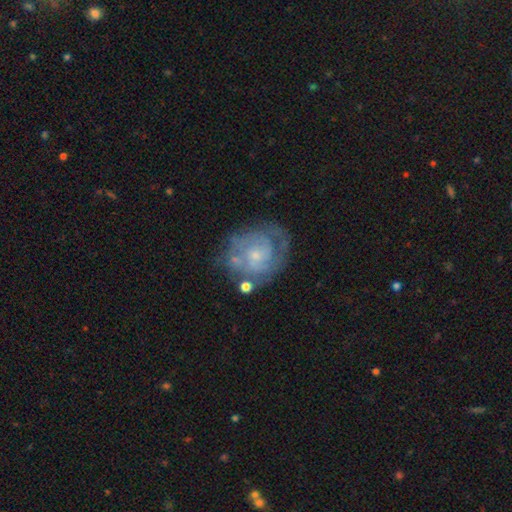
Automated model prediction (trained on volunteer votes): A featured or disk galaxy (77%) with no bar (74%), tight (59%) spiral arms (84%) and a small central bulge (74%).

Vote fractions:
- Smooth or featured? featured or disk: 77% / smooth: 16% / star or artifact: 7%
- Edge-on disk? no: 98% / yes: 2%
- Bar? no: 74% / weak: 23% / strong: 4%
- Spiral arms? yes: 84% / no: 16%
- Spiral winding? tight: 59% / medium: 31% / loose: 10%
- Spiral arm count? can't tell: 40% / 2: 32% / 3: 13% / 1: 6% / 4: 5% / more than 4: 4%
- Bulge size? small: 74% / moderate: 19% / none: 5% / large: 1% / dominant: 1%
- Merging? none: 61% / minor disturbance: 21% / major disturbance: 12% / merger: 6%